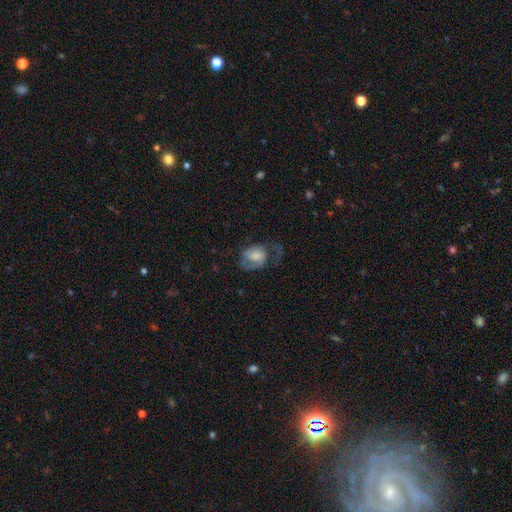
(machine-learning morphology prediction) Q: Smooth or featured?
A: smooth (50%); runner-up: featured or disk (43%)
Q: Merging?
A: major disturbance (45%); runner-up: none (30%)